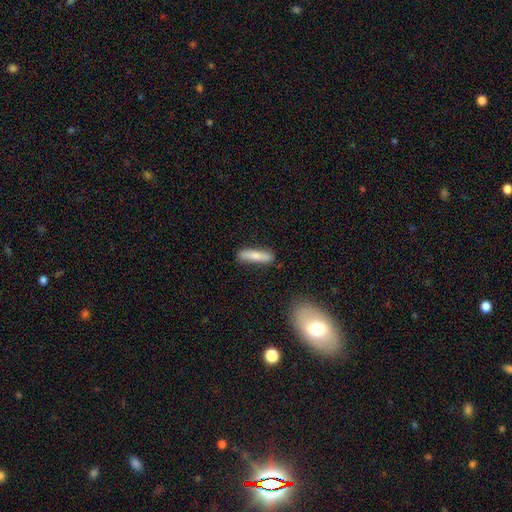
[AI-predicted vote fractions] Smooth or featured: smooth — 74% (featured or disk — 20%)
How rounded: cigar-shaped — 78% (in between — 20%)
Merging: none — 82% (minor disturbance — 13%)